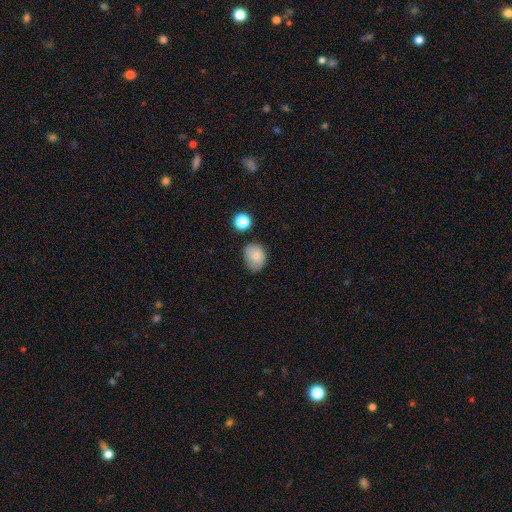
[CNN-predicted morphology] This is likely a smooth galaxy (79%). How rounded: possibly in between (55%). Merging: likely none (62%).